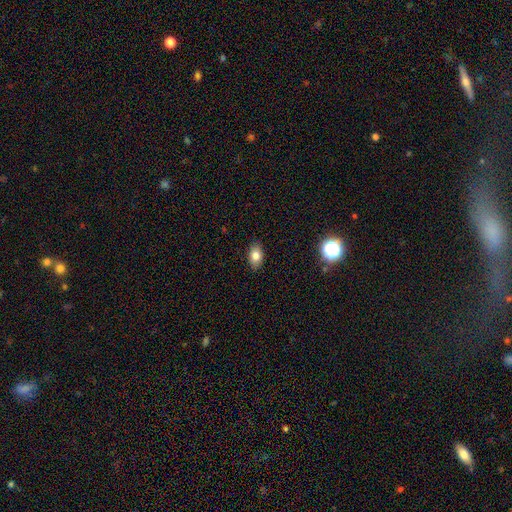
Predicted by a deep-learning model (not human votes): smooth_or_featured: smooth (p=0.80) [alt: featured or disk p=0.10]
how_rounded: in between (p=0.87) [alt: round p=0.11]
merging: none (p=0.87) [alt: minor disturbance p=0.09]